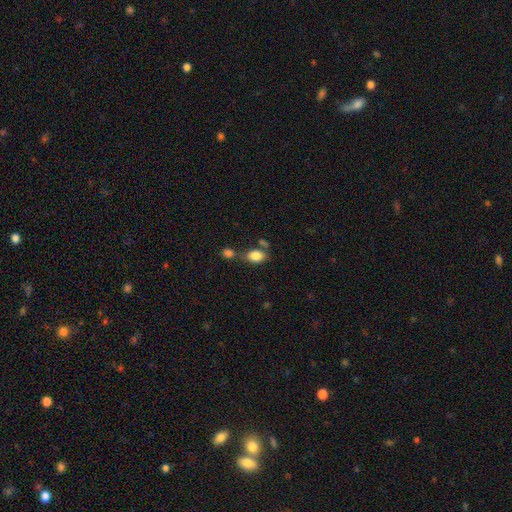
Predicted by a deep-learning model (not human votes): Smooth or featured? smooth (84%)
How rounded? in between (83%)
Merging? none (50%)